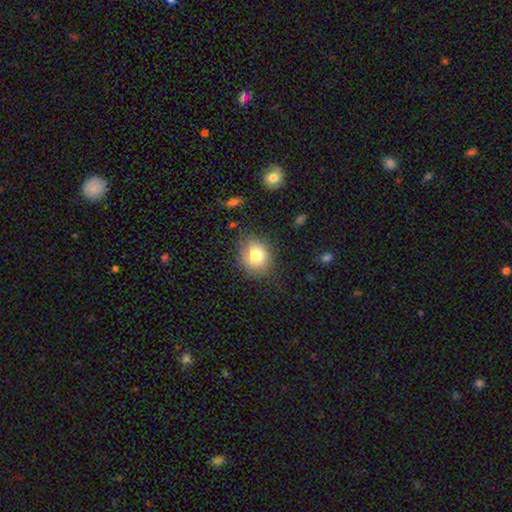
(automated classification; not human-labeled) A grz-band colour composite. It shows a smooth galaxy with no disk features (79%) that is round (72%). Merging: none (76%).